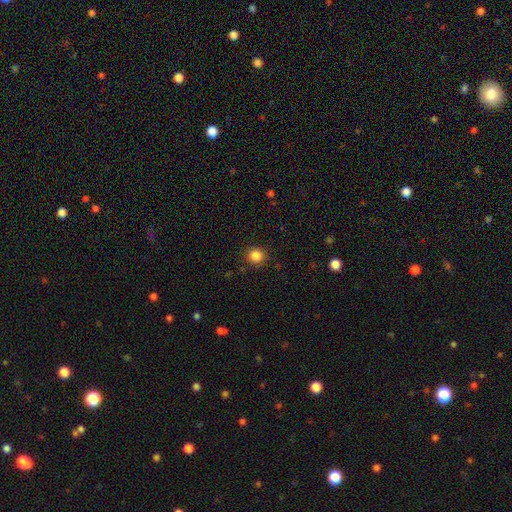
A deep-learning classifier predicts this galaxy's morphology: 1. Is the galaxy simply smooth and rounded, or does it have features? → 85% smooth, 11% star or artifact, 4% featured or disk.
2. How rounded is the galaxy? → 91% round, 8% in between, 1% cigar-shaped.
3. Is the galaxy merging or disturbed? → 90% none, 7% minor disturbance, 2% major disturbance, 1% merger.